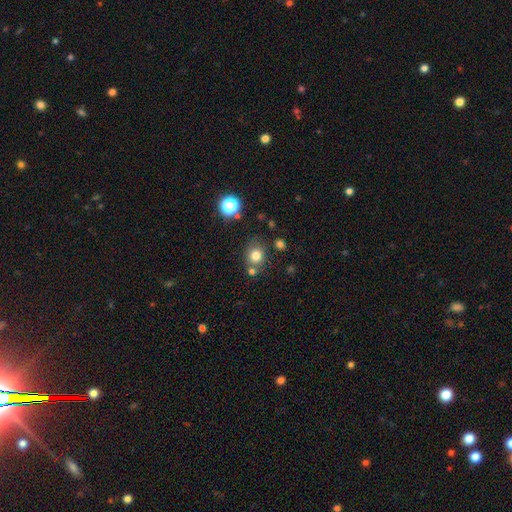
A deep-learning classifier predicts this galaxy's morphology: Overall: smooth (78%). How rounded: round (74%). Merging: none (69%).